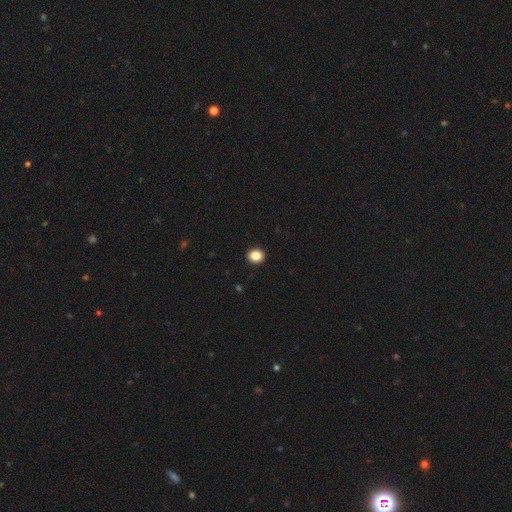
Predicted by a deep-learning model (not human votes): smooth_or_featured: smooth (p=0.88) [alt: star or artifact p=0.09]
how_rounded: round (p=0.72) [alt: in between p=0.27]
merging: none (p=0.93) [alt: minor disturbance p=0.05]